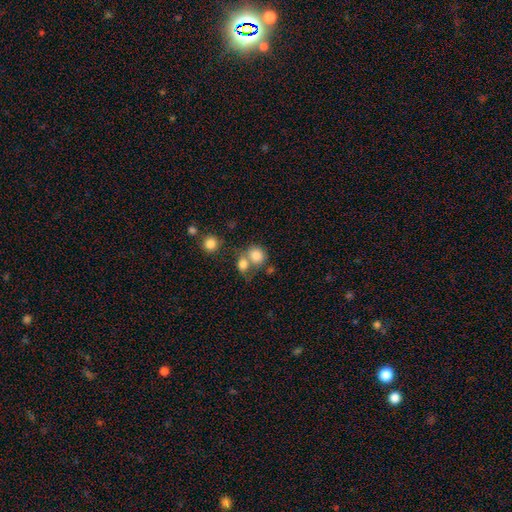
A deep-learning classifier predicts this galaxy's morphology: Smooth or featured: smooth — 80% (star or artifact — 10%)
How rounded: round — 75% (in between — 24%)
Merging: merger — 46% (none — 41%)